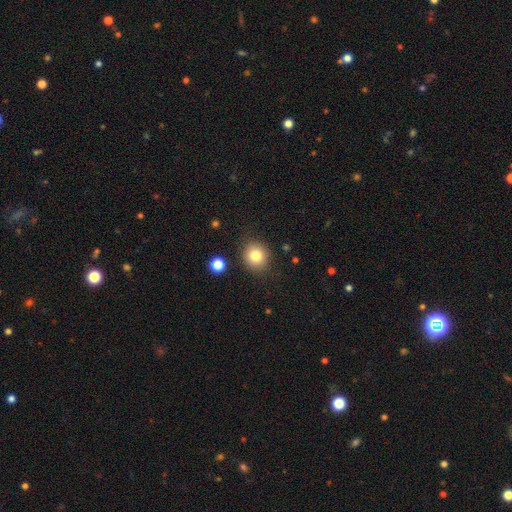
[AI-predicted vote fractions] A smooth galaxy with no disk features (80%) that is round (84%). Merging: none (86%).